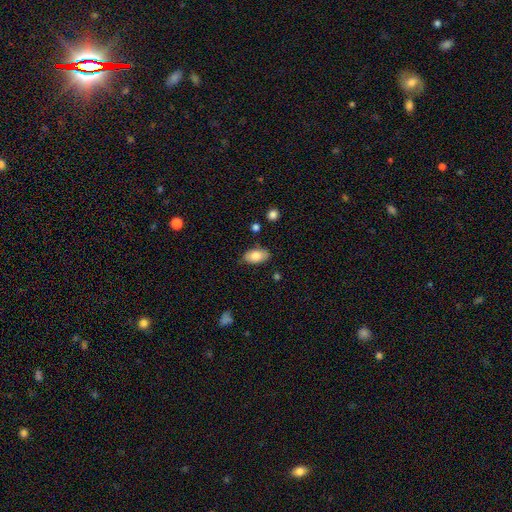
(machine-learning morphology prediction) Overall: smooth (79%). How rounded: in between (93%). Merging: none (82%).